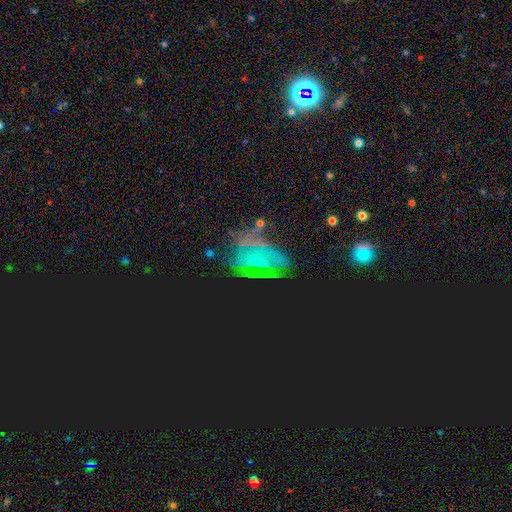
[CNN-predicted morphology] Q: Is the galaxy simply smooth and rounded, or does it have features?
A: star or artifact — 48%.